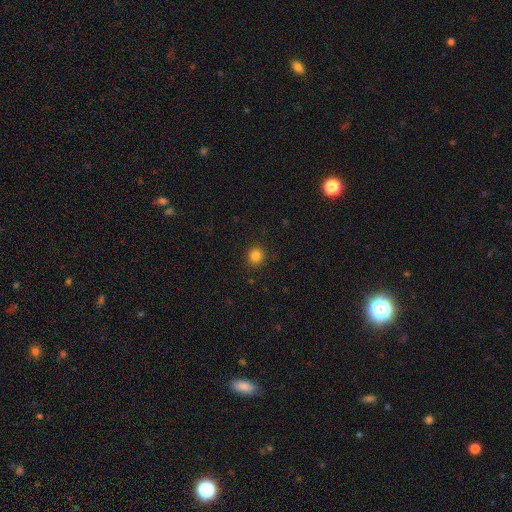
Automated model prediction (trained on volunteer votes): A smooth galaxy with no disk features (84%) that is round (91%).

Vote fractions:
- Smooth or featured? smooth: 84% / star or artifact: 12% / featured or disk: 4%
- How rounded? round: 91% / in between: 8% / cigar-shaped: 1%
- Merging? none: 90% / minor disturbance: 7% / major disturbance: 2% / merger: 1%